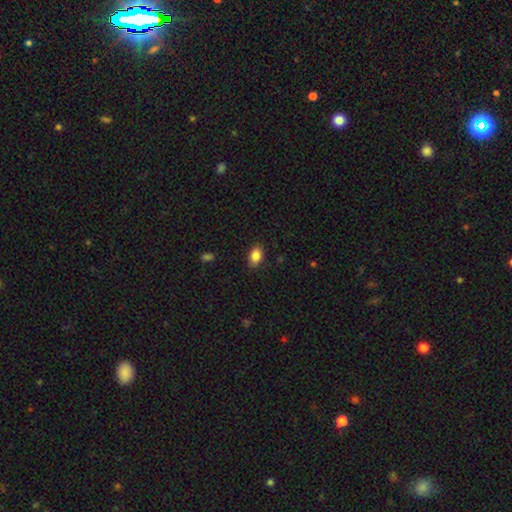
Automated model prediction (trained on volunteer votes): A smooth galaxy with no disk features (86%) that is in between round and cigar-shaped (86%).

Vote fractions:
- Smooth or featured? smooth: 86% / star or artifact: 8% / featured or disk: 5%
- How rounded? in between: 86% / round: 13% / cigar-shaped: 1%
- Merging? none: 84% / minor disturbance: 12% / major disturbance: 3% / merger: 1%